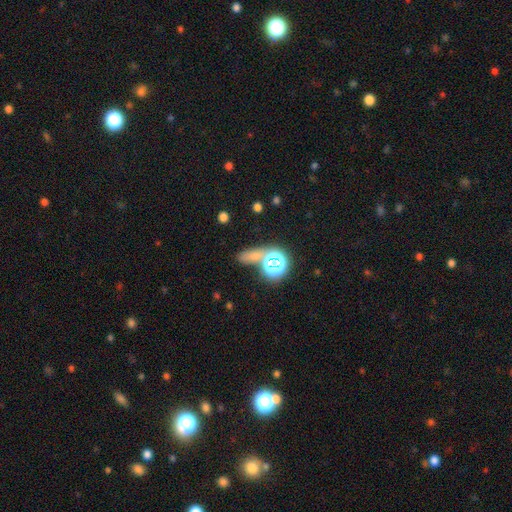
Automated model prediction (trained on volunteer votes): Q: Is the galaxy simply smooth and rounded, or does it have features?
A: smooth — 52%.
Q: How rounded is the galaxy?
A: in between — 45%.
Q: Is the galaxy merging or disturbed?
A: none — 57%.